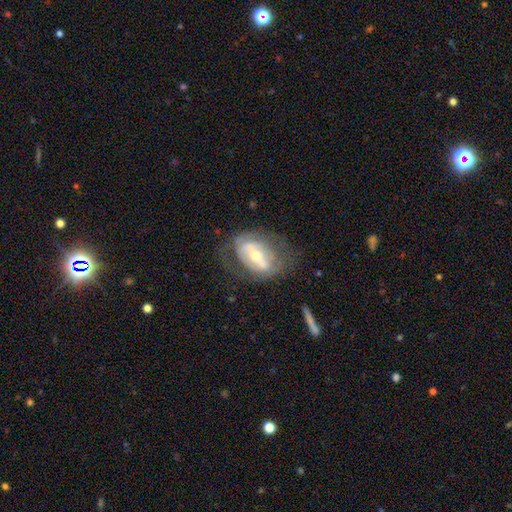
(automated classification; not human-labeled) A featured or disk galaxy (70%) with a strong bar (47%), no spiral arms (50%, tied with yes) and a moderate central bulge (55%). Merging: none (57%).